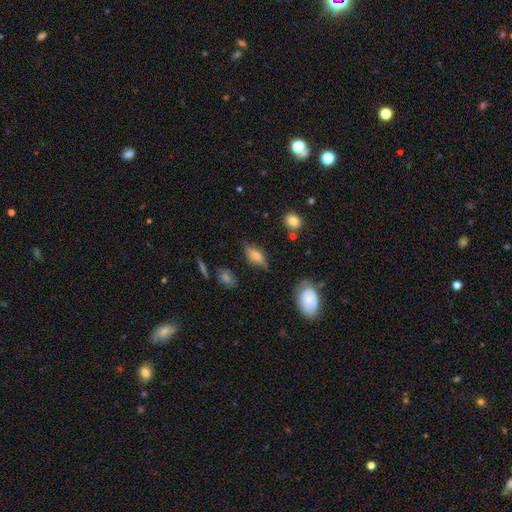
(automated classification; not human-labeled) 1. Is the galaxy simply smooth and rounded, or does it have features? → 46% smooth, 43% featured or disk, 11% star or artifact.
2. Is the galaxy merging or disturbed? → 68% none, 22% minor disturbance, 7% major disturbance, 2% merger.